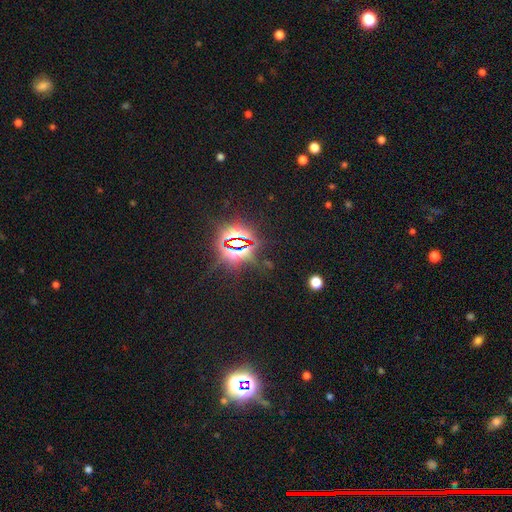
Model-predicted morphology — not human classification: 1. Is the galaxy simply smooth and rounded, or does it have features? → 82% star or artifact, 11% smooth, 7% featured or disk.